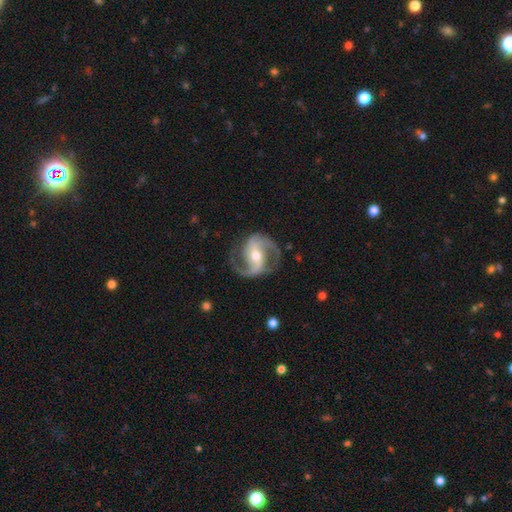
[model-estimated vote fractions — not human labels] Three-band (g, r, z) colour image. It shows a featured or disk galaxy (92%) with a strong bar (40%), 2 (93%) medium (59%) spiral arms (98%) and a moderate central bulge (62%). Merging: none (82%).